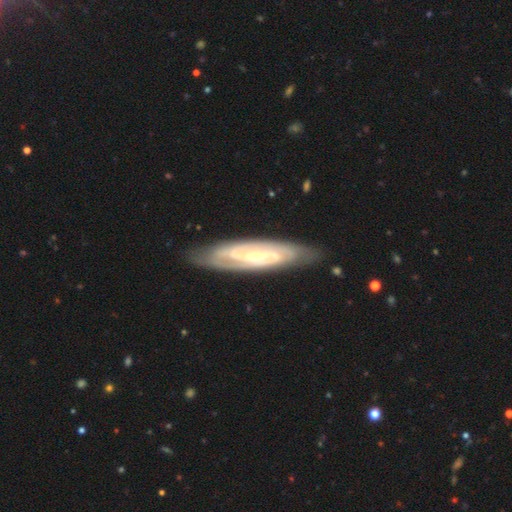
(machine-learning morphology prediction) Smooth or featured? featured or disk (85%)
Edge-on disk? no (83%)
Bar? weak (38%)
Spiral arms? yes (94%)
Spiral winding? tight (55%)
Spiral arm count? 2 (64%)
Bulge size? small (68%)
Merging? none (81%)